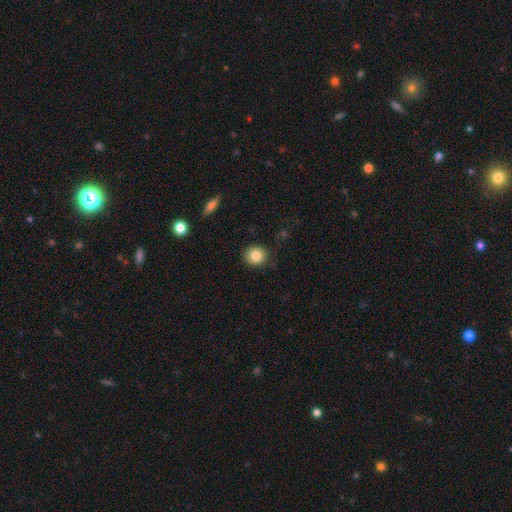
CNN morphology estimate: The model was most divided on "how rounded": round: 80%, in between: 19%, cigar-shaped: 1%. More confident: merging — none (86%); smooth or featured — smooth (84%).